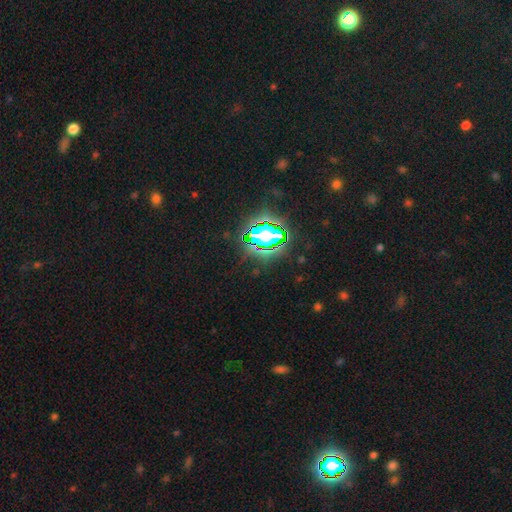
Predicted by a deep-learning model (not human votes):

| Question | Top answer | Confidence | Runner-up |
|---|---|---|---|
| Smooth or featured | star or artifact | 82% | smooth (11%) |